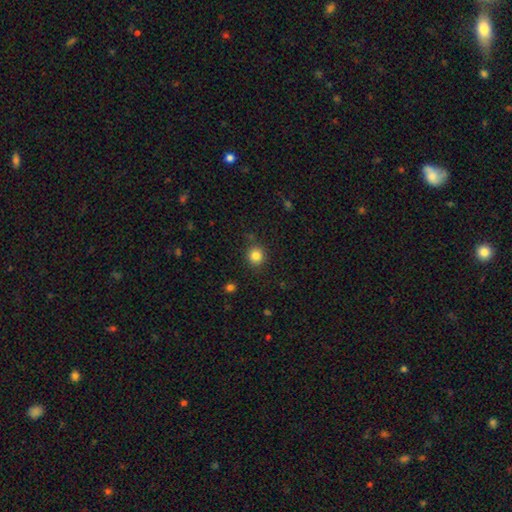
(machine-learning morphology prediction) smooth_or_featured: smooth (p=0.84) [alt: star or artifact p=0.12]
how_rounded: round (p=0.90) [alt: in between p=0.09]
merging: none (p=0.87) [alt: minor disturbance p=0.08]